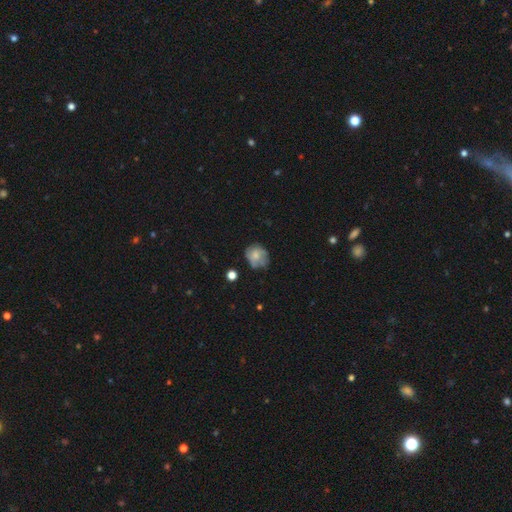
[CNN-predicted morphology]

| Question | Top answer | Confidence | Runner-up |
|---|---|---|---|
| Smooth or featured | smooth | 61% | featured or disk (29%) |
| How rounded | round | 74% | in between (25%) |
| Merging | none | 56% | minor disturbance (29%) |